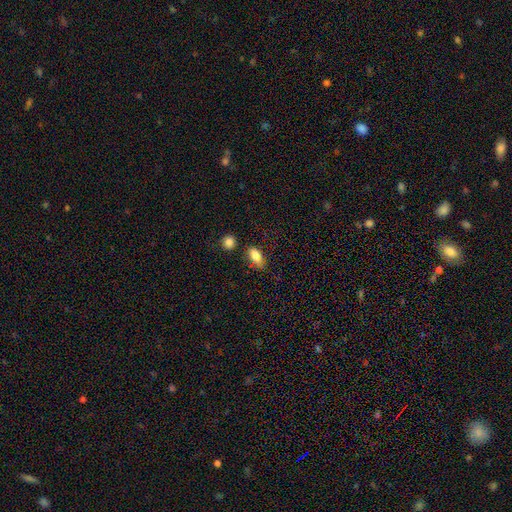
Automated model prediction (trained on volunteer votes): This is clearly a smooth galaxy (83%). How rounded: clearly in between (86%). Merging: likely none (66%).